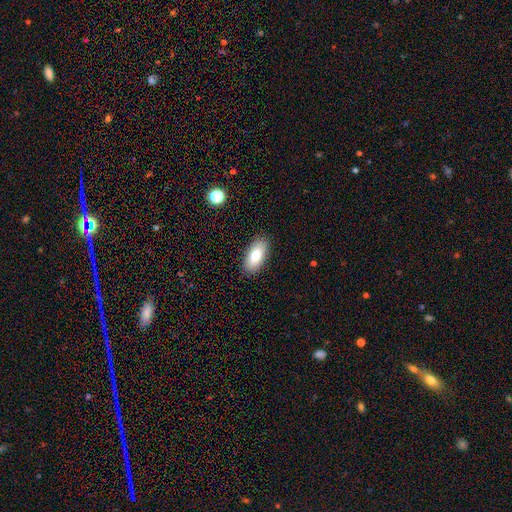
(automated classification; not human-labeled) Smooth or featured?
  - smooth: 79% *
  - featured or disk: 14%
  - star or artifact: 7%
How rounded?
  - in between: 90% *
  - cigar-shaped: 7%
  - round: 3%
Merging?
  - none: 89% *
  - minor disturbance: 8%
  - major disturbance: 2%
  - merger: 1%